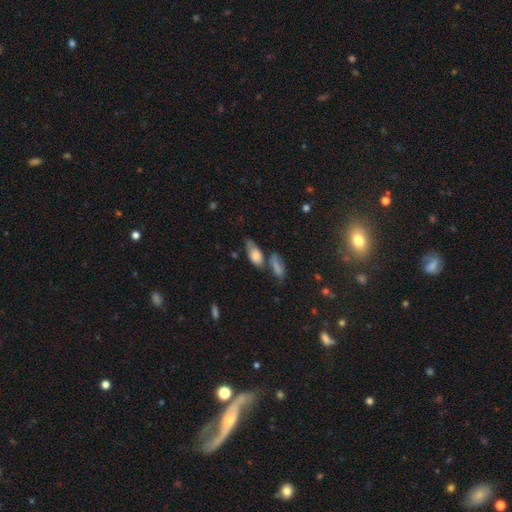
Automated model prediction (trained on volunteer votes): smooth-or-featured: smooth: 75% | featured or disk: 17% | star or artifact: 8%
  how-rounded: in between: 84% | cigar-shaped: 10% | round: 5%
  merging: none: 44% | merger: 24% | minor disturbance: 22% | major disturbance: 9%